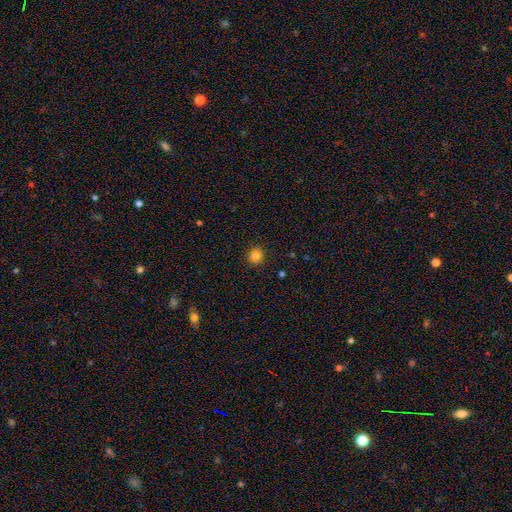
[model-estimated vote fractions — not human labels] This appears to be a smooth galaxy with no disk features (84%) that is round (86%). Merging: none (90%).